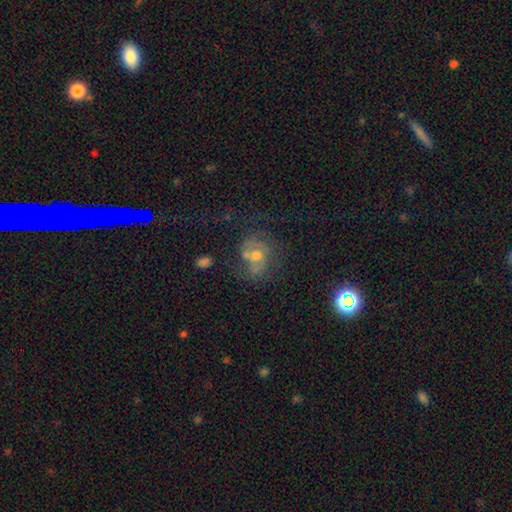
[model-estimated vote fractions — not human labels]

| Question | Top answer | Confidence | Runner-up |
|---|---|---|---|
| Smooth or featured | featured or disk | 47% | smooth (31%) |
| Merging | none | 49% | minor disturbance (19%) |